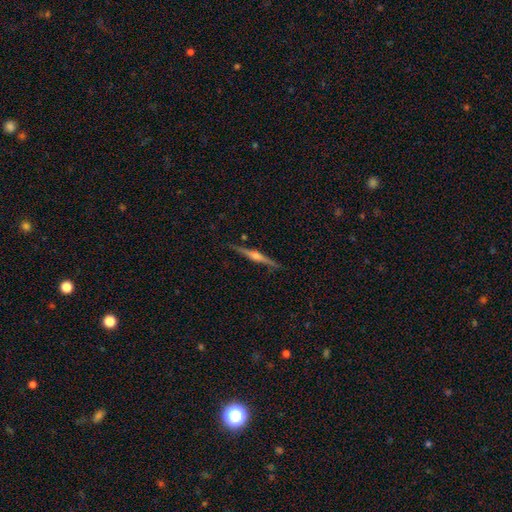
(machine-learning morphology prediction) A featured or disk galaxy (80%) viewed edge-on (98%) with a rounded central bulge (80%). Merging: none (89%).